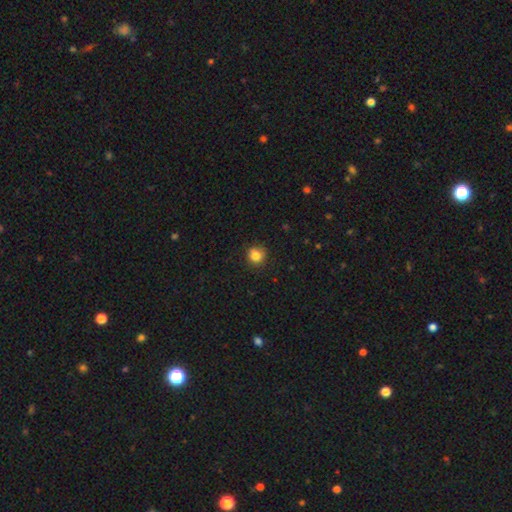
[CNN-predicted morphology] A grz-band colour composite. It shows a smooth galaxy with no disk features (82%) that is round (91%). Merging: none (84%).